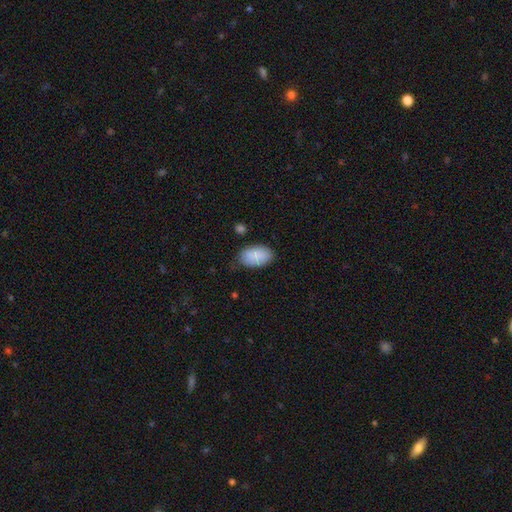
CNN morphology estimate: Smooth or featured: smooth — 89% (star or artifact — 6%)
How rounded: in between — 94% (round — 4%)
Merging: none — 76% (minor disturbance — 18%)